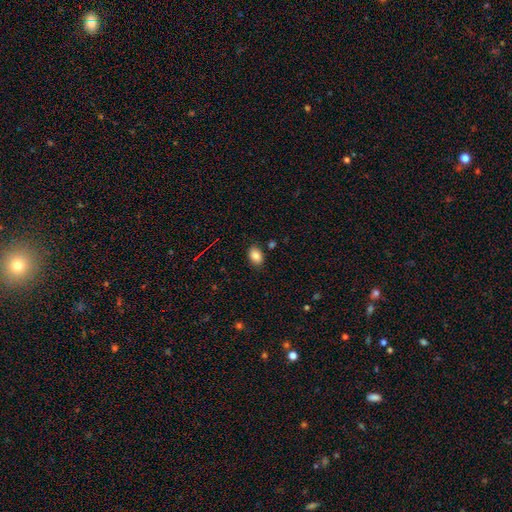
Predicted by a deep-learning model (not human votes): smooth 84%, star or artifact 9%, featured or disk 7%. Down the decision tree: how rounded — in between (81%); merging — none (84%).